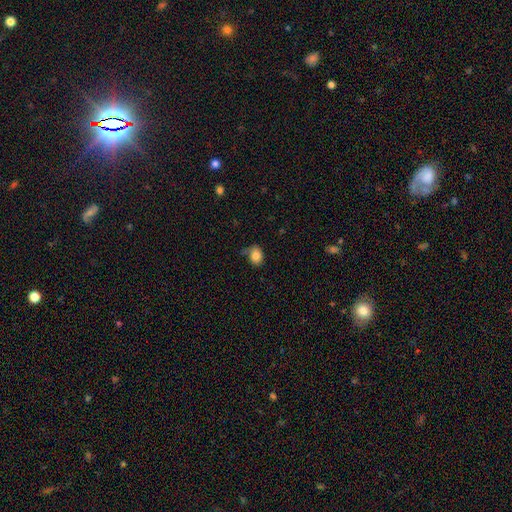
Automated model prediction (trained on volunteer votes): A smooth galaxy with no disk features (83%) that is in between round and cigar-shaped (57%). Merging: none (60%).